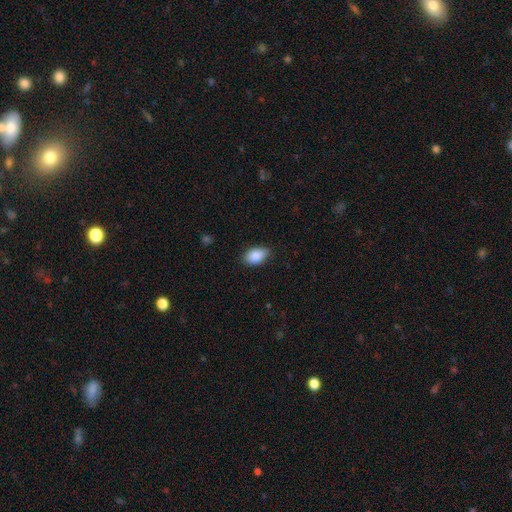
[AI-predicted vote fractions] Smooth or featured? Predicted: smooth (p=0.88). How rounded? Predicted: in between (p=0.88). Merging? Predicted: none (p=0.75).